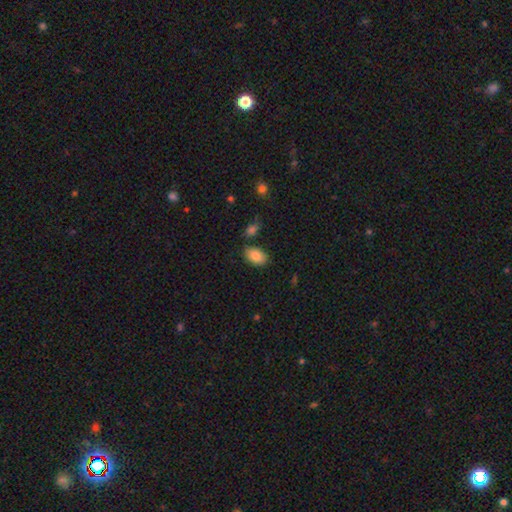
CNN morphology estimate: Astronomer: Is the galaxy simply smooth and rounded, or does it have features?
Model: smooth — 85%.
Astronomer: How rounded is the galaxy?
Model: in between — 91%.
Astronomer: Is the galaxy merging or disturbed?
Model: none — 81%.